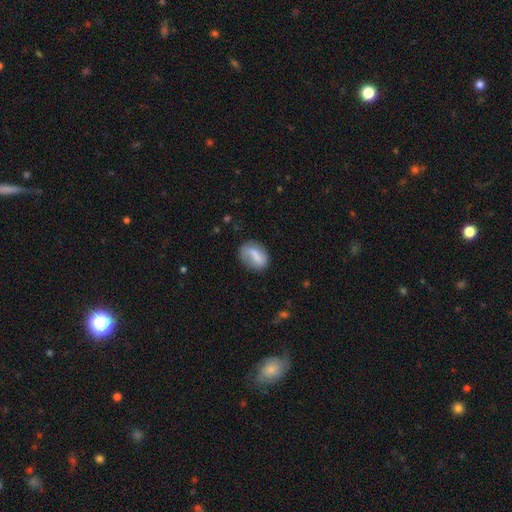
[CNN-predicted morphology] Q: Smooth or featured?
A: smooth (64%); runner-up: featured or disk (29%)
Q: How rounded?
A: in between (68%); runner-up: round (29%)
Q: Merging?
A: none (69%); runner-up: minor disturbance (20%)